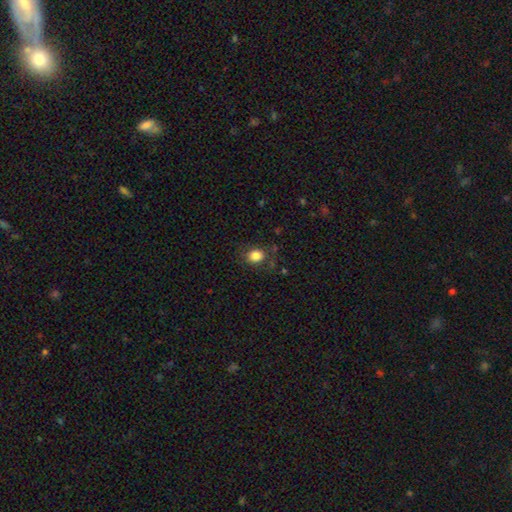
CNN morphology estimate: smooth_or_featured: smooth (p=0.83) [alt: star or artifact p=0.10]
how_rounded: round (p=0.59) [alt: in between p=0.40]
merging: none (p=0.77) [alt: minor disturbance p=0.15]